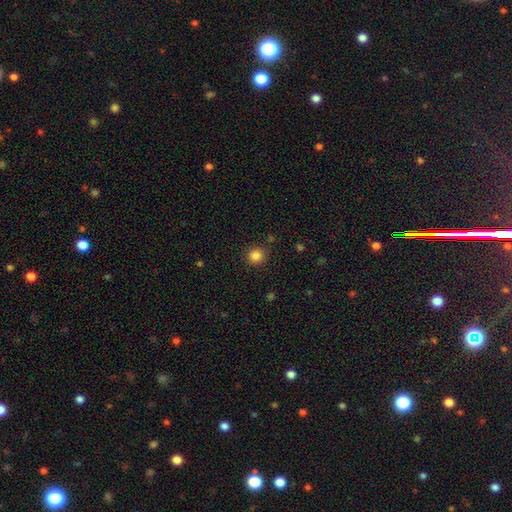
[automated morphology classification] Q: Smooth or featured?
A: smooth (85%); runner-up: star or artifact (12%)
Q: How rounded?
A: round (93%); runner-up: in between (6%)
Q: Merging?
A: none (89%); runner-up: minor disturbance (7%)